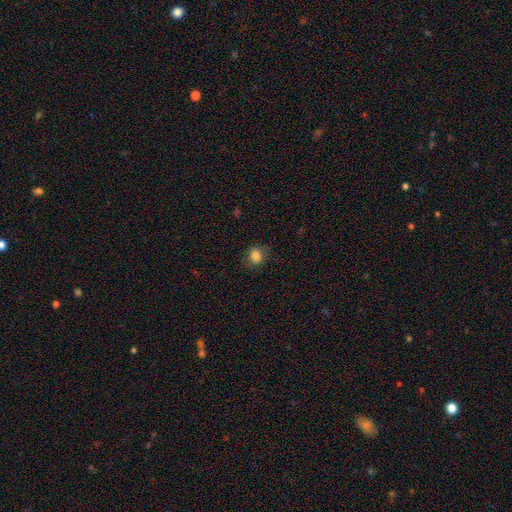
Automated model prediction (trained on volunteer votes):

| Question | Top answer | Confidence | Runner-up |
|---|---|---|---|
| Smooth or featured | smooth | 83% | star or artifact (11%) |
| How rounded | round | 63% | in between (36%) |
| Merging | none | 79% | minor disturbance (15%) |